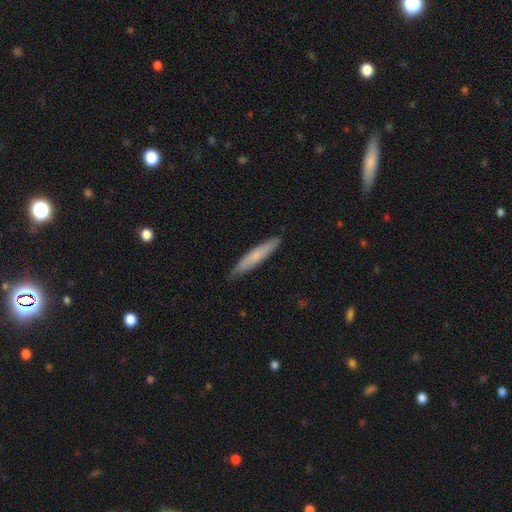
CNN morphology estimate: smooth 69%, featured or disk 25%, star or artifact 5%. Down the decision tree: how rounded — cigar-shaped (92%); merging — none (89%).